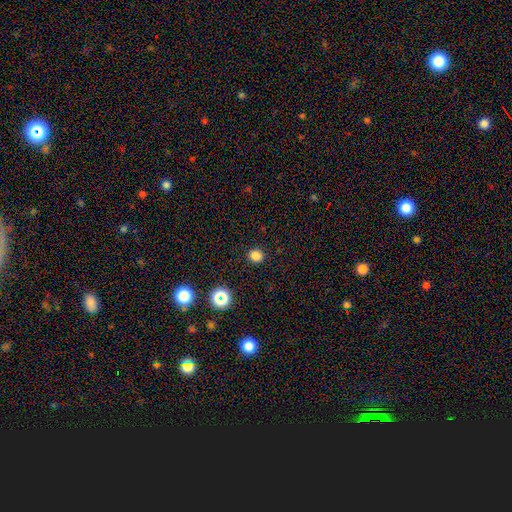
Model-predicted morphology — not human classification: smooth_or_featured: smooth (p=0.81) [alt: star or artifact p=0.15]
how_rounded: round (p=0.86) [alt: in between p=0.13]
merging: none (p=0.91) [alt: minor disturbance p=0.06]